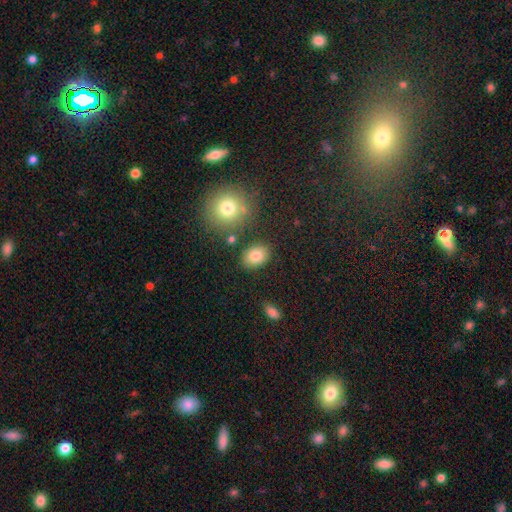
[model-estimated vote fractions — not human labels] A smooth galaxy with no disk features (83%) that is in between round and cigar-shaped (72%). Merging: none (82%).